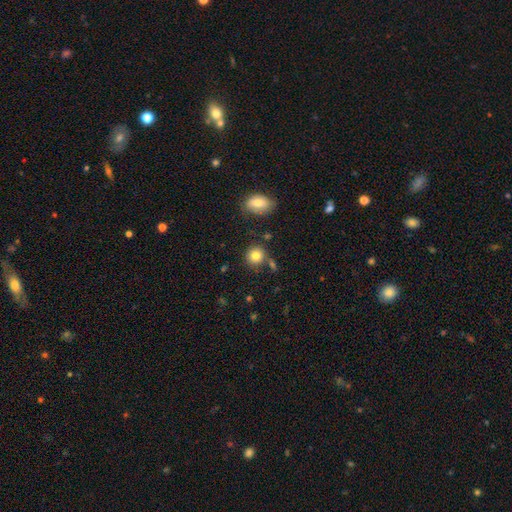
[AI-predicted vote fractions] smooth 82%, star or artifact 10%, featured or disk 8%. Down the decision tree: how rounded — round (86%); merging — none (78%).